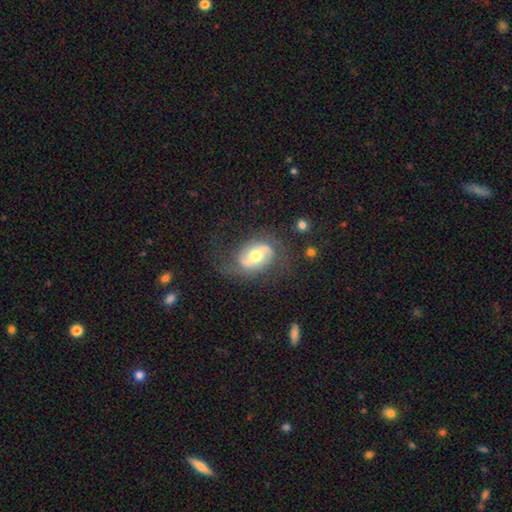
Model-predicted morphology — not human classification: This is likely a featured or disk galaxy (76%). It is clearly not viewed edge-on (96%). Bar: marginally weak (41%). Spiral arm pattern: clearly yes (89%). Spiral arm count: clearly 2 (86%). Spiral winding: marginally medium (43%). Central bulge: likely moderate (71%). Merging: likely none (63%).